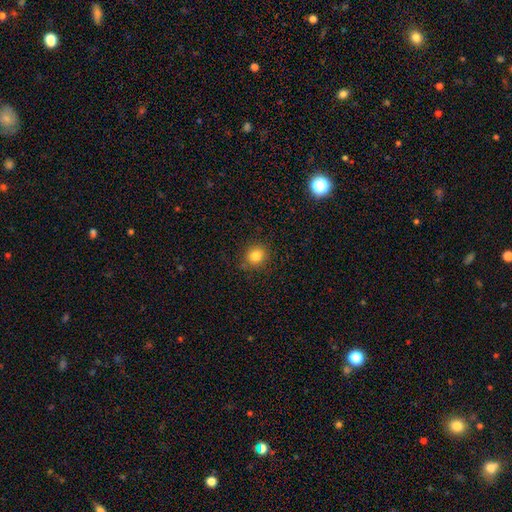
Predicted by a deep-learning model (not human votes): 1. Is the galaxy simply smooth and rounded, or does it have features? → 83% smooth, 12% star or artifact, 6% featured or disk.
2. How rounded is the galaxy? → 81% round, 19% in between, 1% cigar-shaped.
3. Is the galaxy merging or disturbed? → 85% none, 10% minor disturbance, 3% major disturbance, 2% merger.